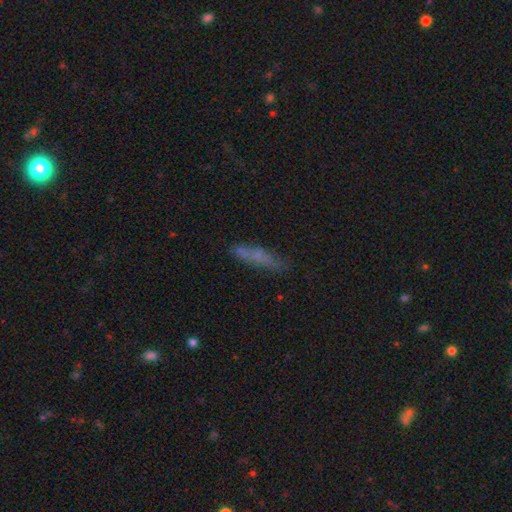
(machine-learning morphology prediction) smooth-or-featured: smooth: 60% | featured or disk: 28% | star or artifact: 12%
  how-rounded: cigar-shaped: 83% | in between: 15% | round: 2%
  merging: none: 69% | minor disturbance: 20% | major disturbance: 7% | merger: 4%